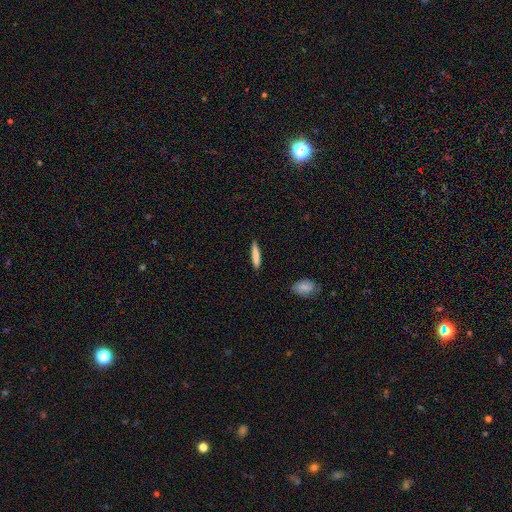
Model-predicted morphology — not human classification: A smooth galaxy with no disk features (80%) that is cigar-shaped (89%).

Vote fractions:
- Smooth or featured? smooth: 80% / featured or disk: 14% / star or artifact: 6%
- How rounded? cigar-shaped: 89% / in between: 9% / round: 1%
- Merging? none: 86% / minor disturbance: 10% / major disturbance: 2% / merger: 2%